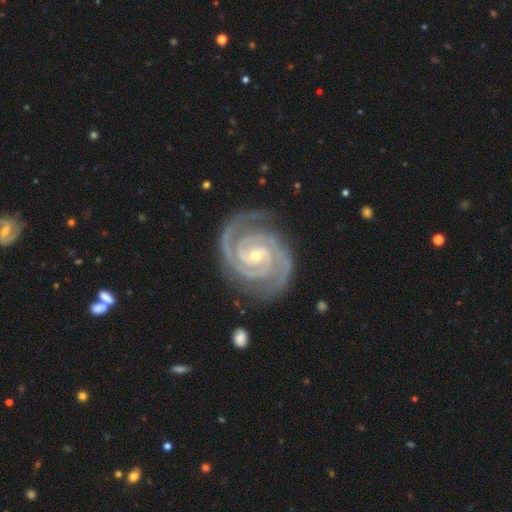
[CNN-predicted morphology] Overall: featured or disk (94%). Edge-on disk: no (98%). Bar: no (51%; weak 31%). Spiral arms: yes (99%). Spiral arm count: 2 (71%). Spiral winding: tight (79%). Bulge size: small (68%; moderate 29%). Merging: none (80%).